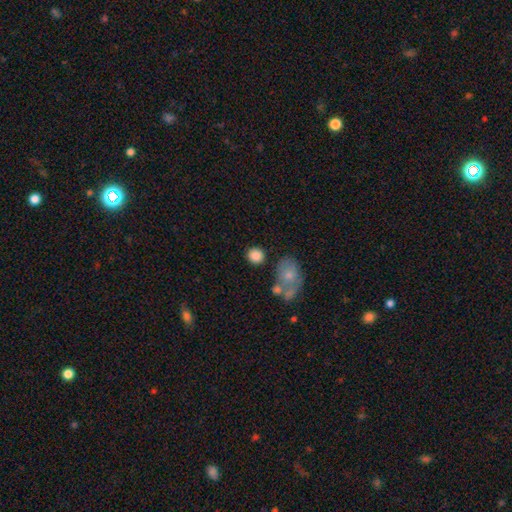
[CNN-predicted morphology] type=smooth (85%); roundness=round (83%); merging=none (77%).